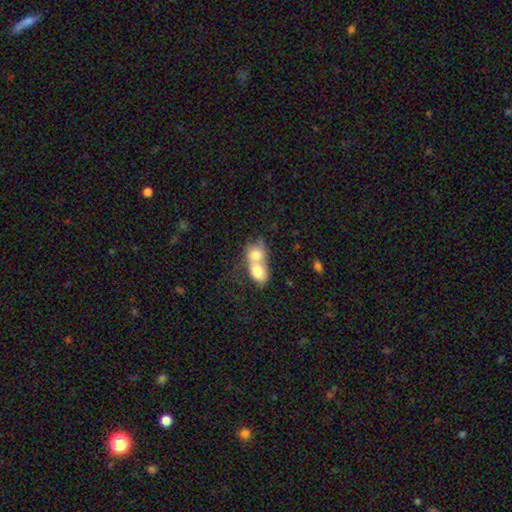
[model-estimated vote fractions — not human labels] Morphology: type=smooth (67%); roundness=in between (50%); merging=merger (80%).